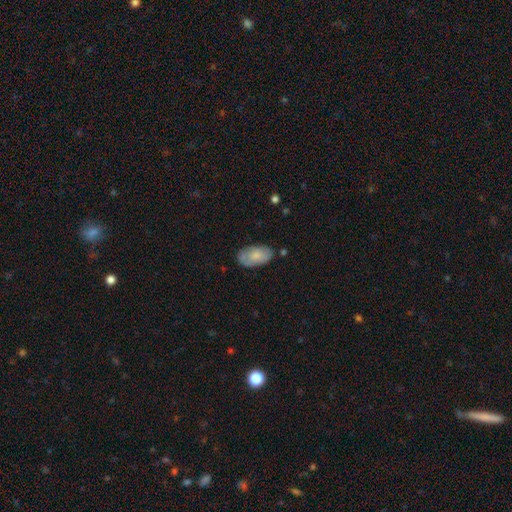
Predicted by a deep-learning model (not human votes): The model was most divided on "merging": none: 70%, minor disturbance: 22%, major disturbance: 5%, merger: 3%. More confident: how rounded — in between (95%); smooth or featured — smooth (75%).